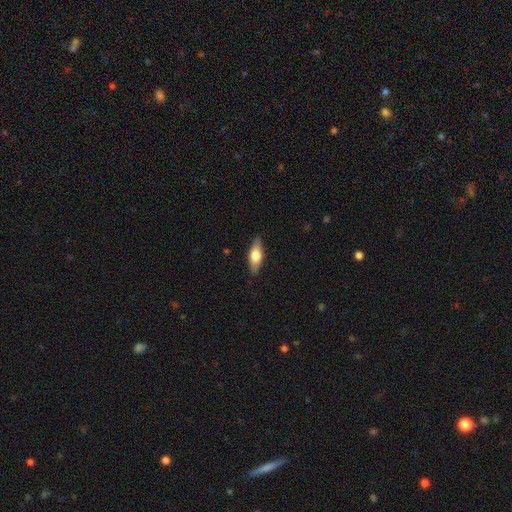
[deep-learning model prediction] Smooth or featured?
  - smooth: 56% *
  - featured or disk: 38%
  - star or artifact: 6%
How rounded?
  - in between: 70% *
  - cigar-shaped: 27%
  - round: 3%
Merging?
  - none: 86% *
  - minor disturbance: 11%
  - major disturbance: 2%
  - merger: 1%